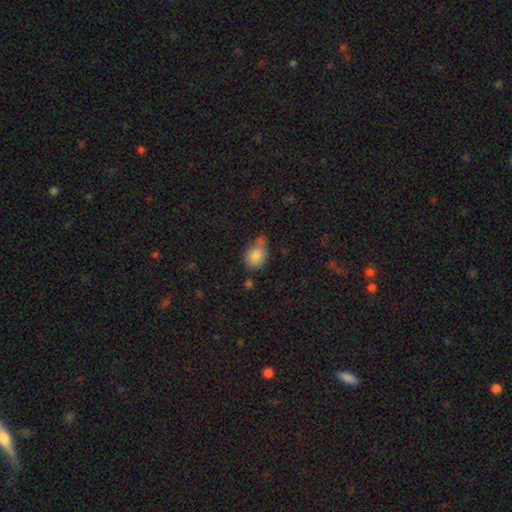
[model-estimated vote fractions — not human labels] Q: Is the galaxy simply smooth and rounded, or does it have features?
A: smooth — 82%.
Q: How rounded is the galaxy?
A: in between — 59%.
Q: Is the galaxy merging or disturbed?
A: none — 42%.